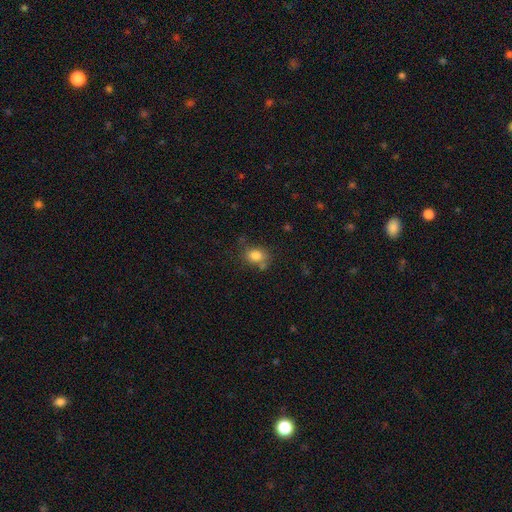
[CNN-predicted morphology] A smooth galaxy with no disk features (82%) that is in between round and cigar-shaped (54%). Merging: none (61%).